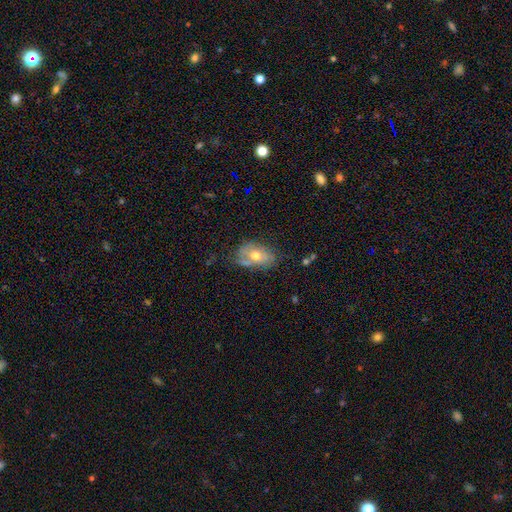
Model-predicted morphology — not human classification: This is possibly a smooth galaxy (52%). How rounded: clearly in between (88%). Merging: possibly none (51%).